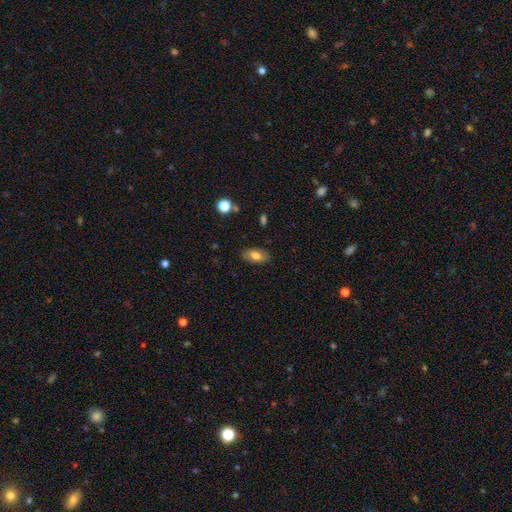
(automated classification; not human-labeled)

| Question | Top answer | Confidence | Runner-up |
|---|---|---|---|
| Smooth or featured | smooth | 73% | featured or disk (20%) |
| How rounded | in between | 92% | round (5%) |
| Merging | none | 84% | minor disturbance (12%) |